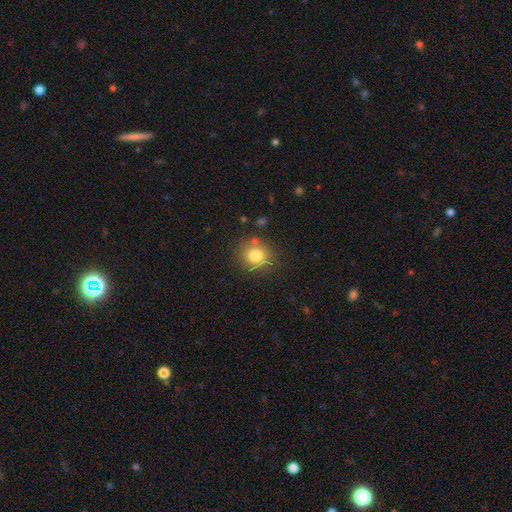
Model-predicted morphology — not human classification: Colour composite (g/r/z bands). It shows a smooth galaxy with no disk features (80%) that is round (86%). Merging: none (78%).